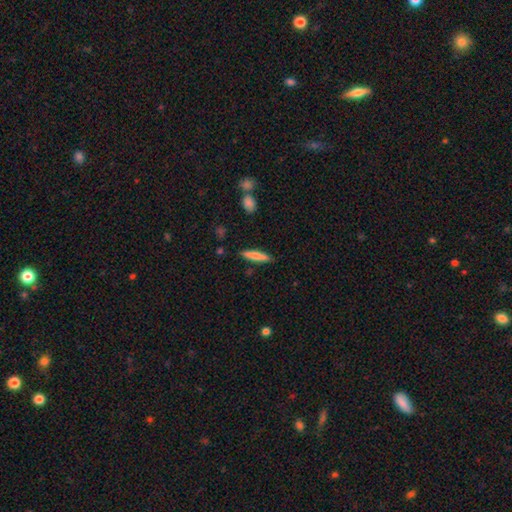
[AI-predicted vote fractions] The model was most divided on "smooth or featured": smooth: 77%, featured or disk: 17%, star or artifact: 6%. More confident: merging — none (88%); how rounded — cigar-shaped (87%).